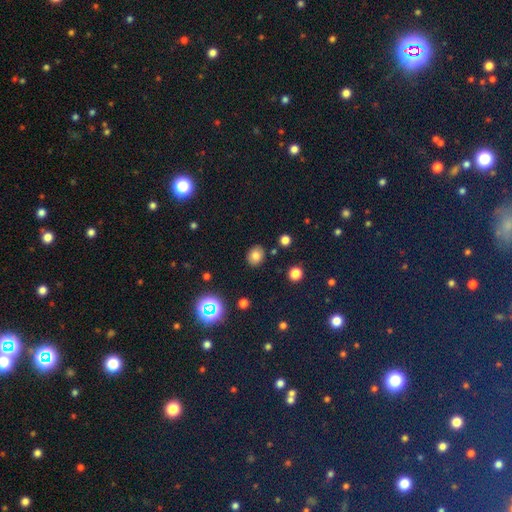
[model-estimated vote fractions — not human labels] Smooth or featured?
  - smooth: 77% *
  - star or artifact: 14%
  - featured or disk: 9%
How rounded?
  - round: 60% *
  - in between: 39%
  - cigar-shaped: 1%
Merging?
  - none: 87% *
  - minor disturbance: 8%
  - merger: 2%
  - major disturbance: 2%